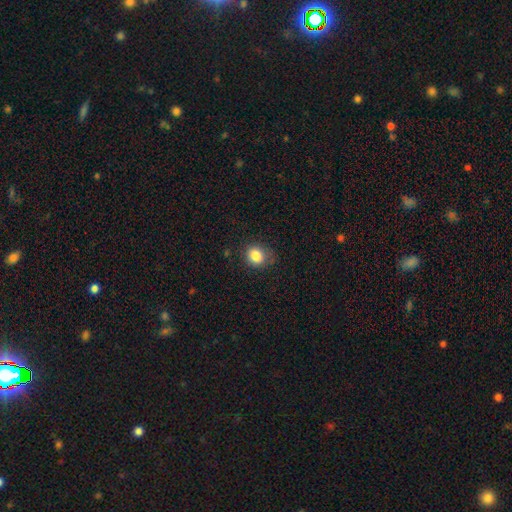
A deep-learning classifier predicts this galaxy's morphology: This is clearly a smooth galaxy (83%). How rounded: likely round (69%). Merging: likely none (75%).